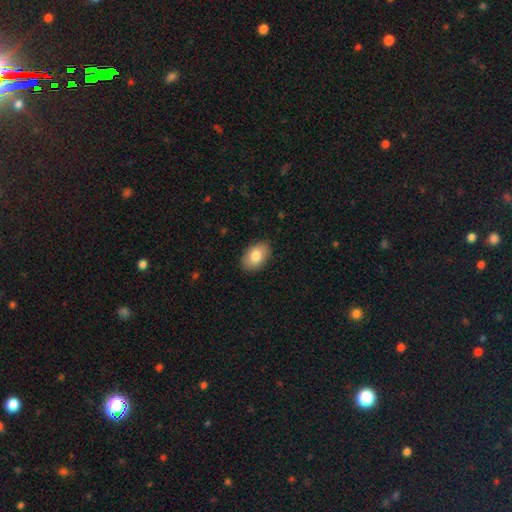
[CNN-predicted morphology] Smooth or featured?
  - smooth: 83% *
  - featured or disk: 10%
  - star or artifact: 7%
How rounded?
  - in between: 90% *
  - round: 9%
  - cigar-shaped: 1%
Merging?
  - none: 88% *
  - minor disturbance: 9%
  - major disturbance: 2%
  - merger: 1%